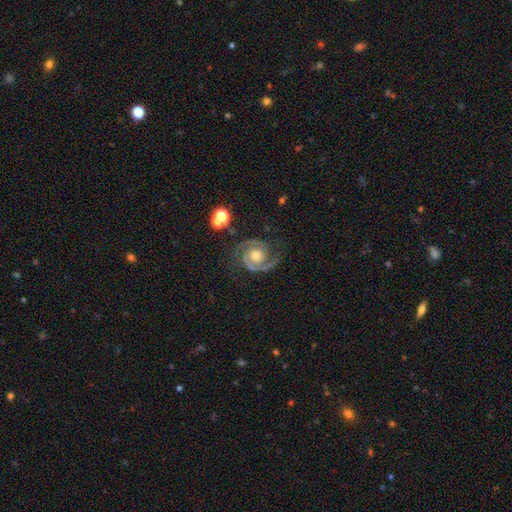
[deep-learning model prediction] This is clearly a featured or disk galaxy (91%). It is clearly not viewed edge-on (98%). Bar: likely no (72%). Spiral arm pattern: clearly yes (98%). Spiral arm count: clearly 2 (92%). Spiral winding: possibly tight (51%). Central bulge: likely moderate (66%). Merging: likely none (78%).